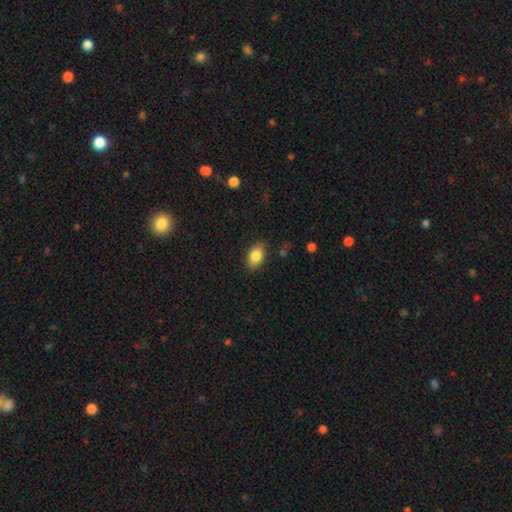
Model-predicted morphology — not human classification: A smooth galaxy with no disk features (83%) that is in between round and cigar-shaped (85%). Merging: none (81%).